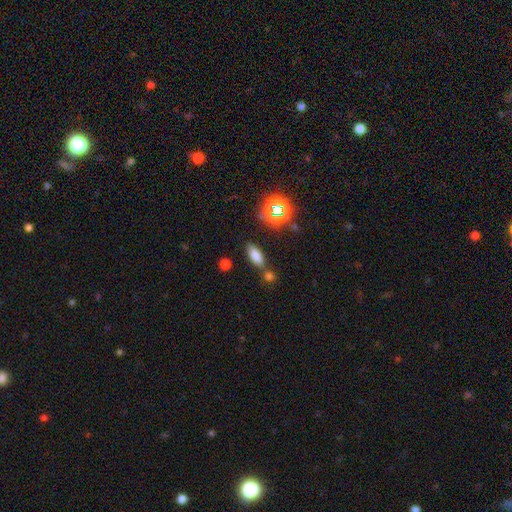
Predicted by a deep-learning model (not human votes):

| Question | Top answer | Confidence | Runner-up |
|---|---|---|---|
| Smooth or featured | smooth | 73% | star or artifact (18%) |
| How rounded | in between | 75% | cigar-shaped (20%) |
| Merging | none | 69% | merger (15%) |